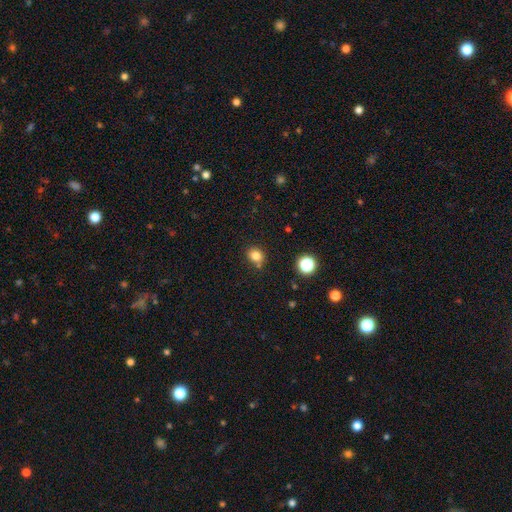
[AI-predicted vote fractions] This appears to be a smooth galaxy with no disk features (81%) that is round (64%). Merging: none (75%).